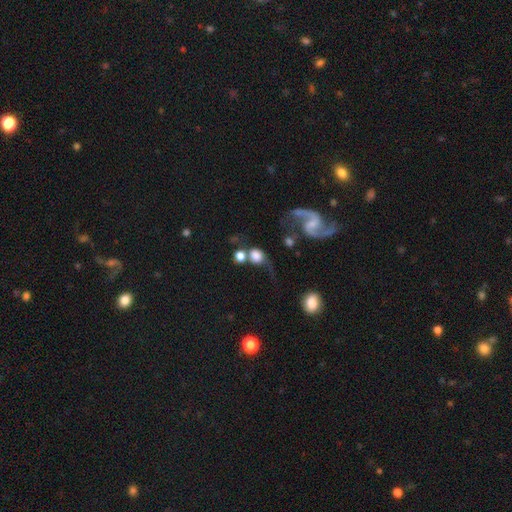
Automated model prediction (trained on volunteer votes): Smooth or featured?
  - smooth: 59% *
  - featured or disk: 30%
  - star or artifact: 11%
How rounded?
  - round: 78% *
  - in between: 20%
  - cigar-shaped: 2%
Merging?
  - none: 39% *
  - merger: 27%
  - major disturbance: 18%
  - minor disturbance: 16%